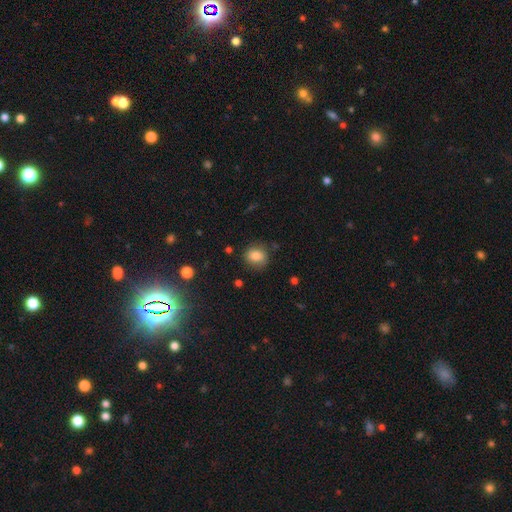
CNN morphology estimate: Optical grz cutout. It shows a smooth galaxy with no disk features (84%) that is round (64%). Merging: none (79%).